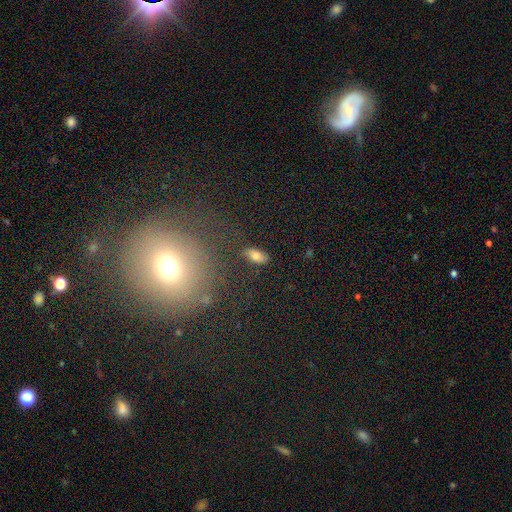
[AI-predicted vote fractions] This appears to be a smooth galaxy with no disk features (77%) that is in between round and cigar-shaped (87%). Merging: none (82%).